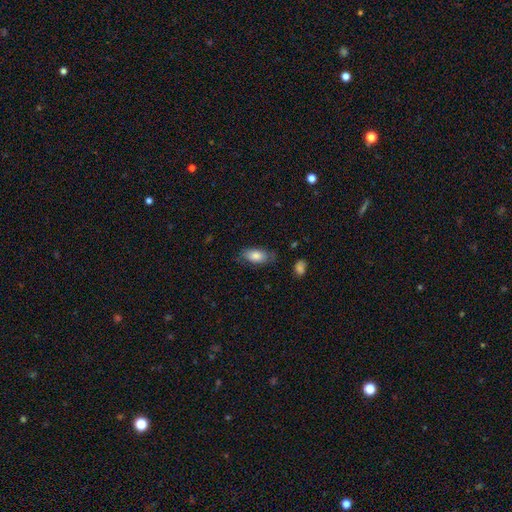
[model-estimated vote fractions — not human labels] Morphology: type=smooth (79%); roundness=in between (92%); merging=none (70%).